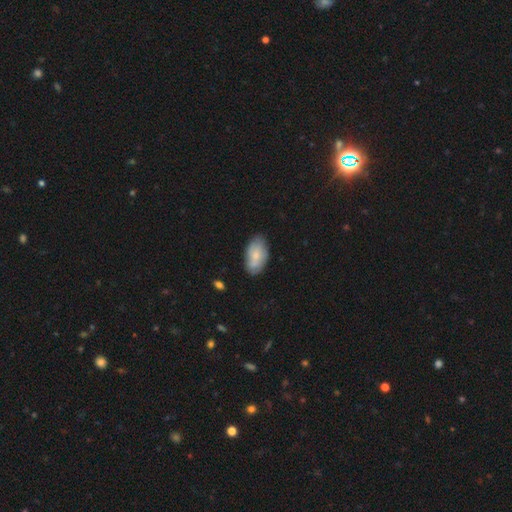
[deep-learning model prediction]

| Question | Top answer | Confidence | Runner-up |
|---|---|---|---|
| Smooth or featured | smooth | 68% | featured or disk (26%) |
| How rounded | in between | 94% | round (5%) |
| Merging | none | 71% | minor disturbance (22%) |